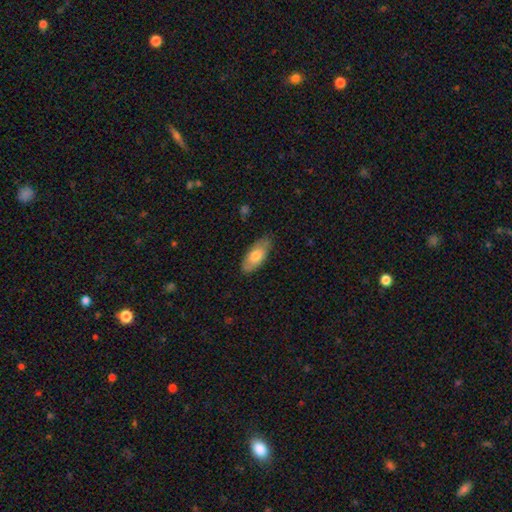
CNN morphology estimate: Overall: smooth (75%). How rounded: in between (87%). Merging: none (82%).